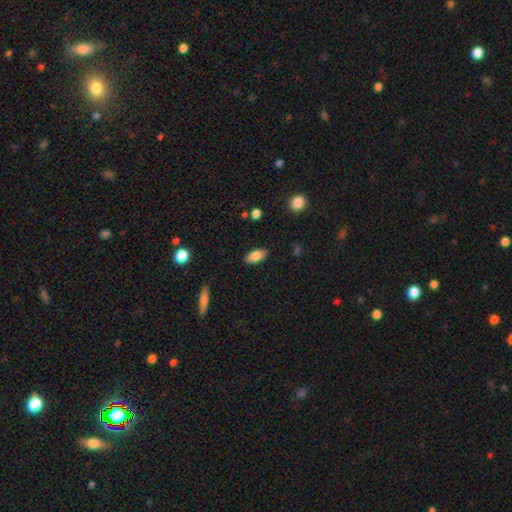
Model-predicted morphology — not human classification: Smooth or featured?
  - smooth: 82% *
  - featured or disk: 11%
  - star or artifact: 7%
How rounded?
  - in between: 90% *
  - cigar-shaped: 7%
  - round: 3%
Merging?
  - none: 87% *
  - minor disturbance: 9%
  - major disturbance: 2%
  - merger: 1%